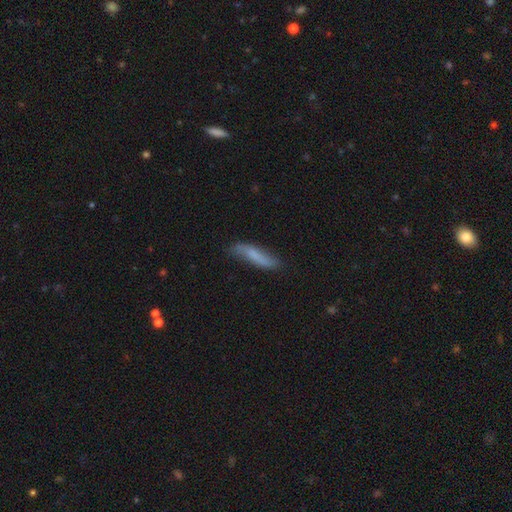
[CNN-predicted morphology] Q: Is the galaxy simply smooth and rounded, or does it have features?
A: smooth — 63%.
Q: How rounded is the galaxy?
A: cigar-shaped — 77%.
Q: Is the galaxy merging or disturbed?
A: none — 70%.